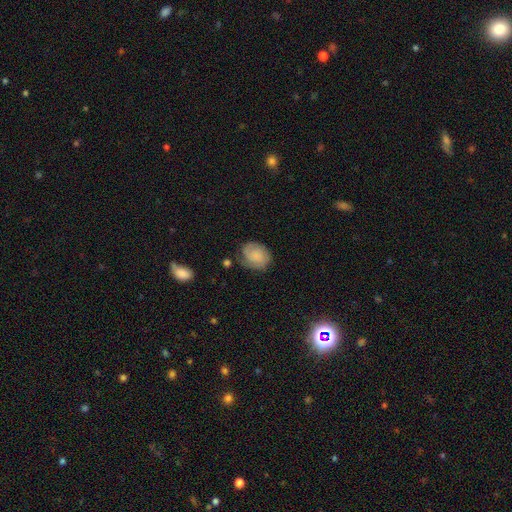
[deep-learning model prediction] The model was most divided on "how rounded": round: 52%, in between: 47%, cigar-shaped: 1%. More confident: merging — none (63%); smooth or featured — smooth (59%).